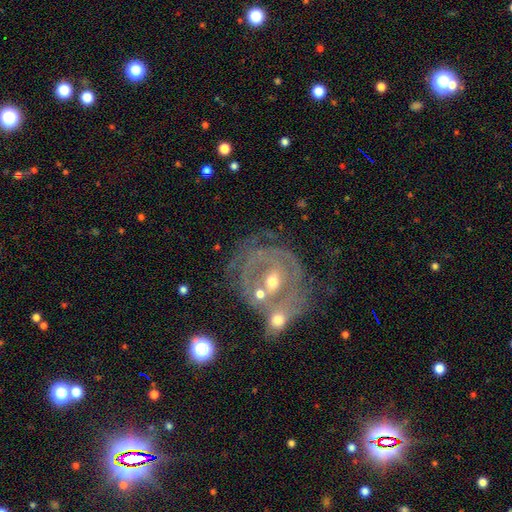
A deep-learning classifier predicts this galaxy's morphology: Smooth or featured?
  - featured or disk: 80% *
  - smooth: 11%
  - star or artifact: 9%
Edge-on disk?
  - no: 96% *
  - yes: 4%
Bar?
  - no: 45% *
  - weak: 37%
  - strong: 18%
Spiral arms?
  - yes: 75% *
  - no: 25%
Spiral winding?
  - tight: 69% *
  - medium: 23%
  - loose: 8%
Spiral arm count?
  - can't tell: 43% *
  - 2: 28%
  - 3: 11%
  - 1: 9%
  - 4: 5%
  - more than 4: 4%
Bulge size?
  - small: 48% *
  - moderate: 47%
  - large: 2%
  - none: 2%
  - dominant: 1%
Merging?
  - none: 45% *
  - merger: 27%
  - minor disturbance: 16%
  - major disturbance: 13%